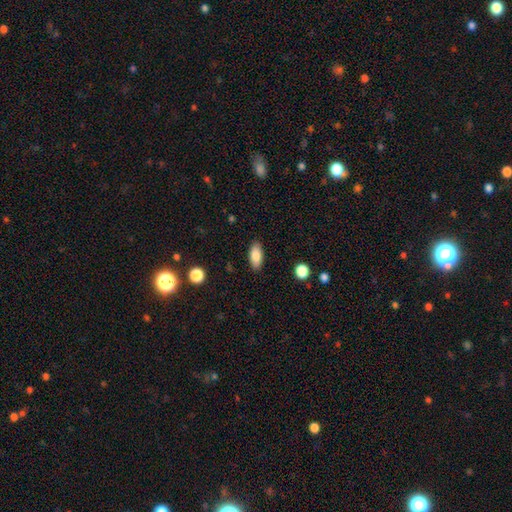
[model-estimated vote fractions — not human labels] Smooth or featured: smooth — 84% (featured or disk — 9%)
How rounded: in between — 86% (cigar-shaped — 11%)
Merging: none — 88% (minor disturbance — 8%)